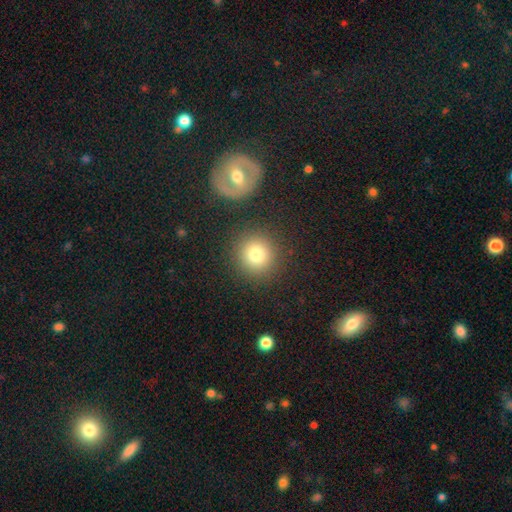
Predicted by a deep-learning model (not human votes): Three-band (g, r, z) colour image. It shows a smooth galaxy with no disk features (78%) that is round (92%). Merging: none (88%).